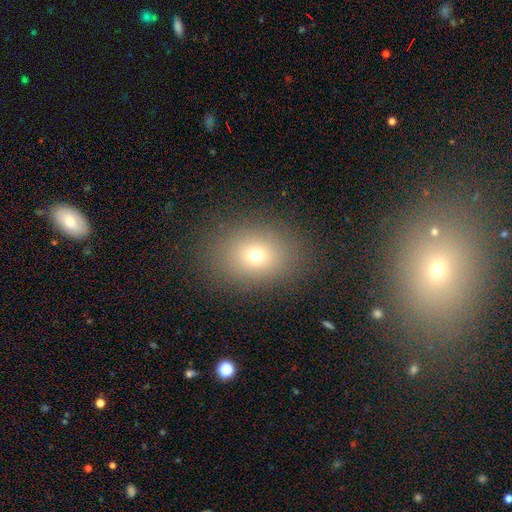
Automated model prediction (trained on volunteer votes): Smooth or featured: smooth — 69% (star or artifact — 18%)
How rounded: in between — 52% (round — 47%)
Merging: none — 86% (minor disturbance — 9%)